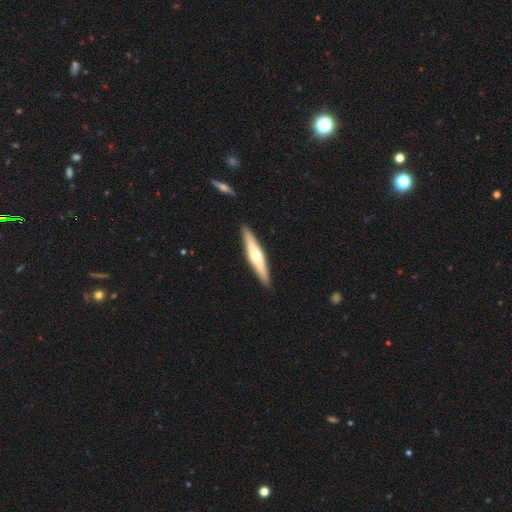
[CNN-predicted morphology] A featured or disk galaxy (57%) viewed edge-on (92%) with a rounded central bulge (91%). Merging: none (90%).